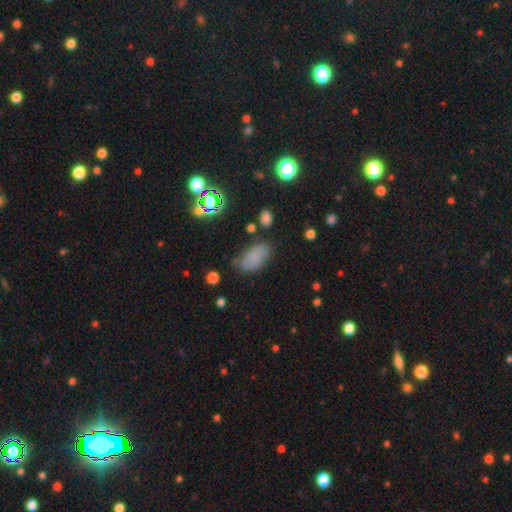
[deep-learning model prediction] This is likely a smooth galaxy (74%). How rounded: clearly in between (92%). Merging: likely none (62%).